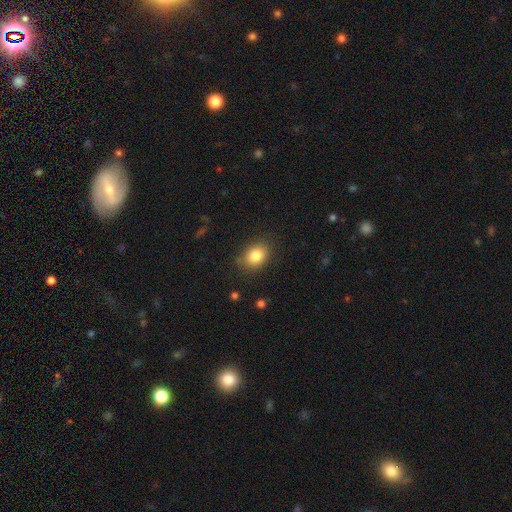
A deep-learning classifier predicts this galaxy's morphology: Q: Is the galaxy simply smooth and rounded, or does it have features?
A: smooth — 83%.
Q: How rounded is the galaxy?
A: in between — 68%.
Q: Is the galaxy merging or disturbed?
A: none — 80%.